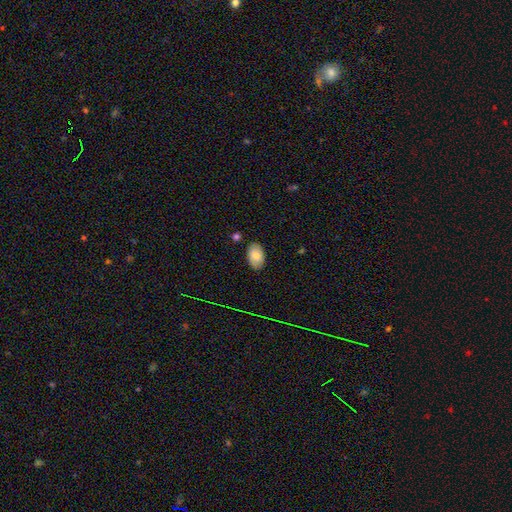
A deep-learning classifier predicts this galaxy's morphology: The model was most divided on "smooth or featured": smooth: 80%, featured or disk: 12%, star or artifact: 8%. More confident: how rounded — in between (92%); merging — none (84%).